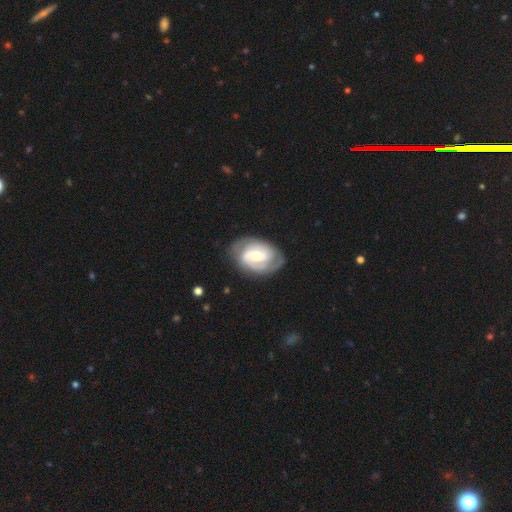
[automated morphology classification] smooth-or-featured: featured or disk: 81% | smooth: 14% | star or artifact: 5%
  disk-edge-on: no: 97% | yes: 3%
    bar: weak: 48% | no: 31% | strong: 22%
    has-spiral-arms: yes: 94% | no: 6%
      spiral-winding: tight: 48% | medium: 40% | loose: 13%
      spiral-arm-count: 2: 69% | can't tell: 14% | 3: 8% | 1: 5% | 4: 2% | more than 4: 2%
    bulge-size: moderate: 49% | small: 40% | large: 7% | none: 2% | dominant: 1%
  merging: none: 73% | minor disturbance: 18% | major disturbance: 8% | merger: 1%